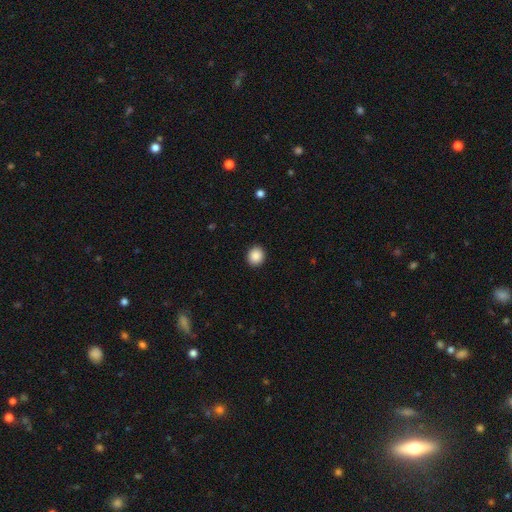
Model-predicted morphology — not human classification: Smooth or featured?
  - smooth: 89% *
  - star or artifact: 9%
  - featured or disk: 3%
How rounded?
  - round: 85% *
  - in between: 14%
  - cigar-shaped: 1%
Merging?
  - none: 92% *
  - minor disturbance: 5%
  - major disturbance: 2%
  - merger: 1%